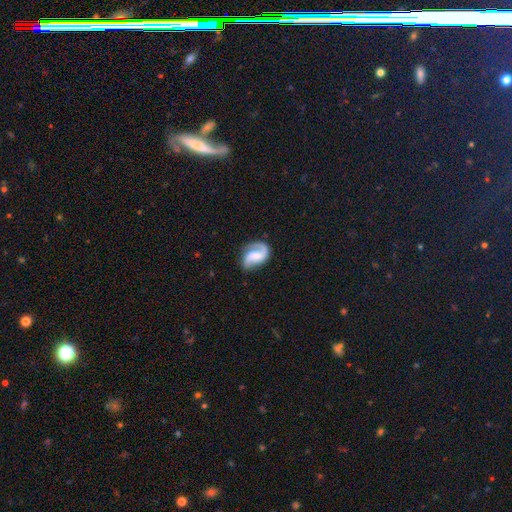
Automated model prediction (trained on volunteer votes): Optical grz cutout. It shows a featured or disk galaxy (82%) with a weak bar (44%), 2 (76%) medium (47%) spiral arms (96%) and no central bulge (30%). Merging: none (66%).